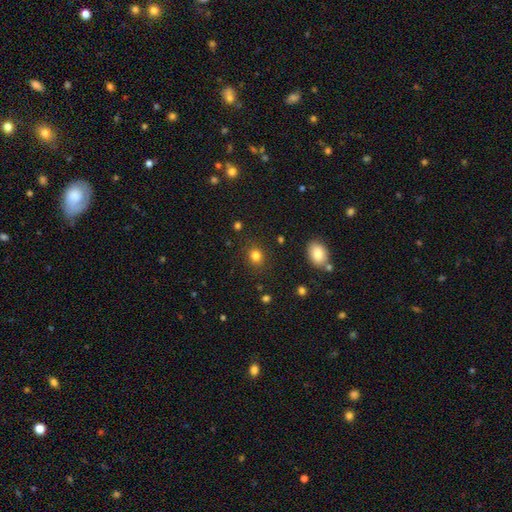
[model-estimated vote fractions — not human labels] A smooth galaxy with no disk features (82%) that is round (66%). Merging: none (86%).